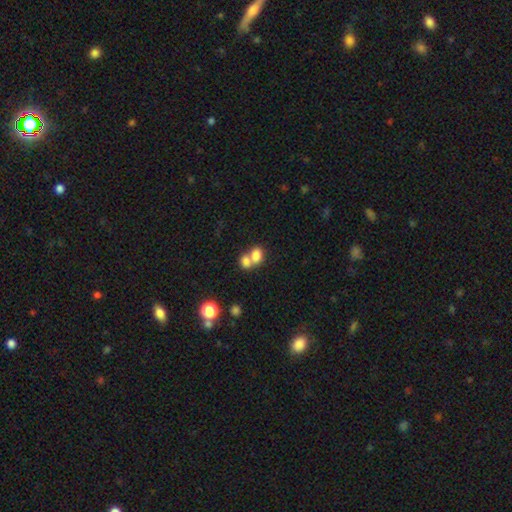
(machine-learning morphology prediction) The model was most divided on "how rounded": in between: 64%, round: 35%, cigar-shaped: 1%. More confident: smooth or featured — smooth (77%); merging — merger (65%).